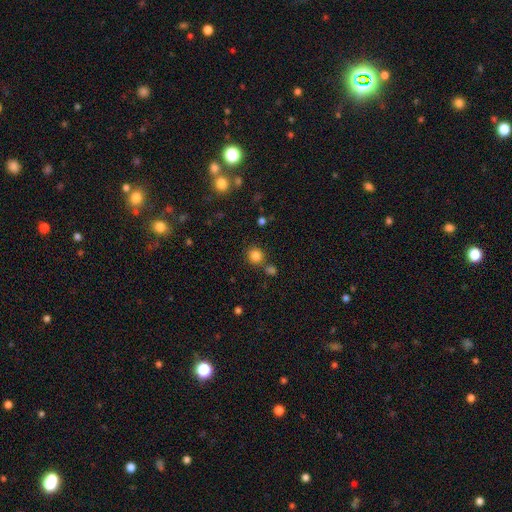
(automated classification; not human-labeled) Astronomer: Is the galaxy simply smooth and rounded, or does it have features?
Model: smooth — 83%.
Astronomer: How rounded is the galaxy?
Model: round — 87%.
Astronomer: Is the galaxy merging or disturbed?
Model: none — 76%.